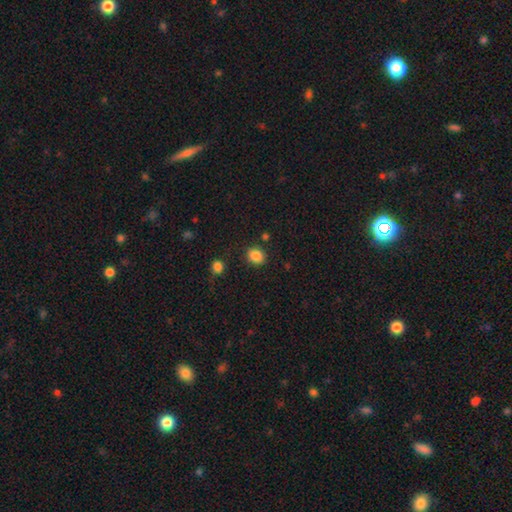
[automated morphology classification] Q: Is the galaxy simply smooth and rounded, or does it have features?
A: smooth — 86%.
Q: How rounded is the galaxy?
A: round — 65%.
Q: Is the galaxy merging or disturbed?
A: none — 84%.